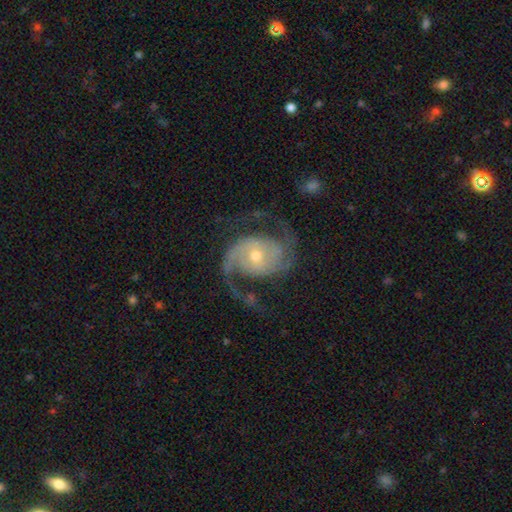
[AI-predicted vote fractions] Smooth or featured? Predicted: featured or disk (p=0.91). Edge-on disk? Predicted: no (p=0.98). Bar? Predicted: no (p=0.65). Spiral arms? Predicted: yes (p=0.98). Spiral winding? Predicted: medium (p=0.53). Spiral arm count? Predicted: 2 (p=0.91). Bulge size? Predicted: moderate (p=0.50). Merging? Predicted: none (p=0.72).